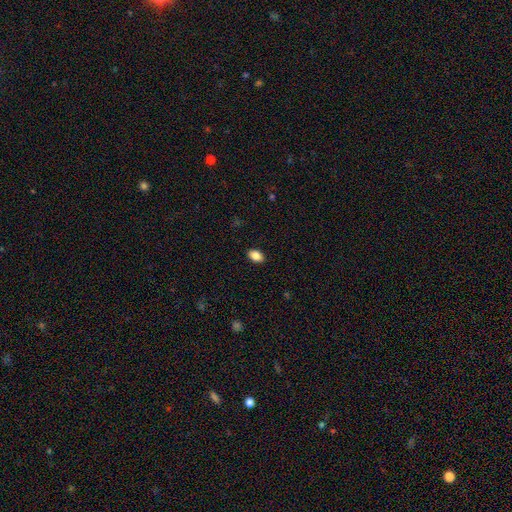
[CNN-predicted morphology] Smooth or featured? smooth (87%)
How rounded? in between (87%)
Merging? none (90%)